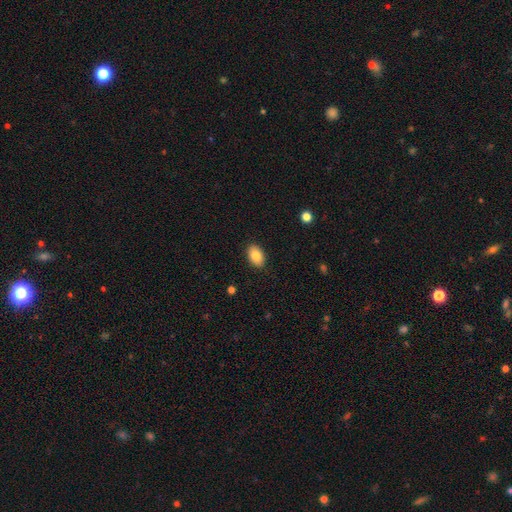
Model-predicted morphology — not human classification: type=smooth (83%); roundness=in between (90%); merging=none (89%).